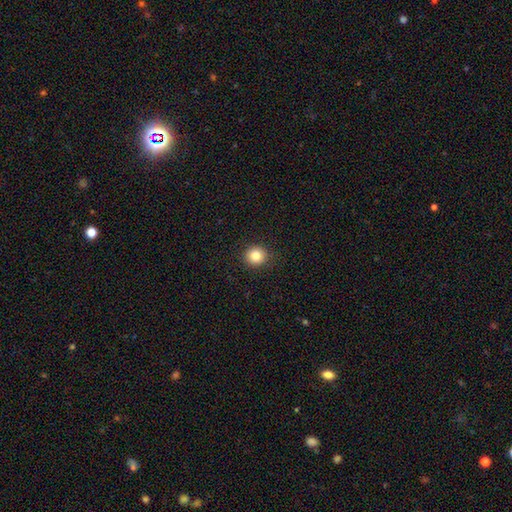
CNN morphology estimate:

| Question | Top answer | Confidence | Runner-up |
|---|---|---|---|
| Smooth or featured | smooth | 83% | star or artifact (11%) |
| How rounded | round | 91% | in between (8%) |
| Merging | none | 91% | minor disturbance (6%) |